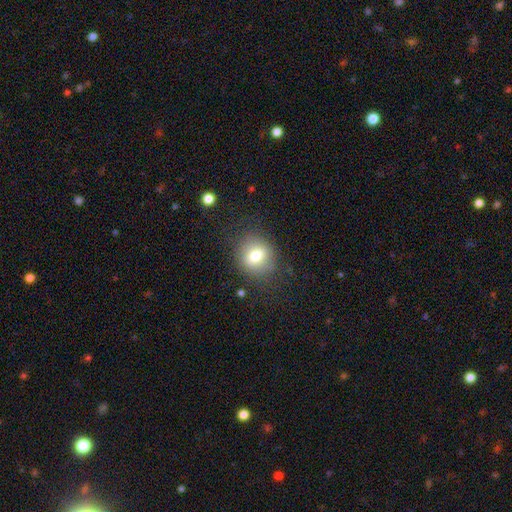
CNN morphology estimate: A smooth galaxy with no disk features (72%) that is round (74%).

Vote fractions:
- Smooth or featured? smooth: 72% / featured or disk: 18% / star or artifact: 11%
- How rounded? round: 74% / in between: 25% / cigar-shaped: 1%
- Merging? none: 80% / minor disturbance: 12% / major disturbance: 6% / merger: 2%